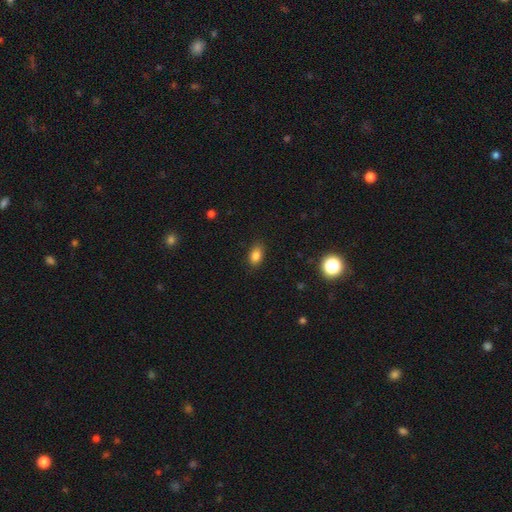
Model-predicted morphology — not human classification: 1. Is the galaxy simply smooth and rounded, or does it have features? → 83% smooth, 11% star or artifact, 6% featured or disk.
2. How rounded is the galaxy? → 84% in between, 14% round, 2% cigar-shaped.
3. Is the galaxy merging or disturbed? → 85% none, 11% minor disturbance, 3% major disturbance, 1% merger.